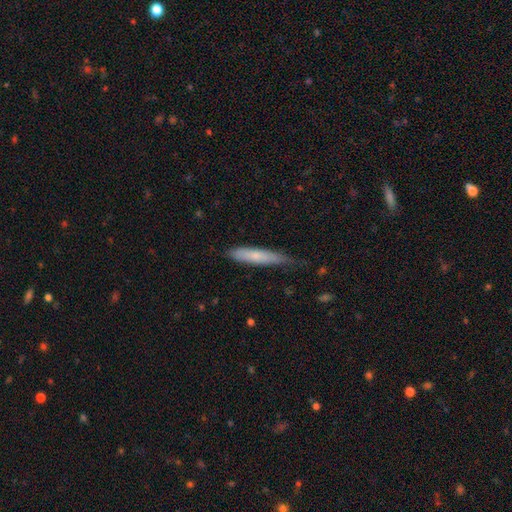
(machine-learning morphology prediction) Smooth or featured? Predicted: smooth (p=0.68). How rounded? Predicted: cigar-shaped (p=0.88). Merging? Predicted: none (p=0.61).